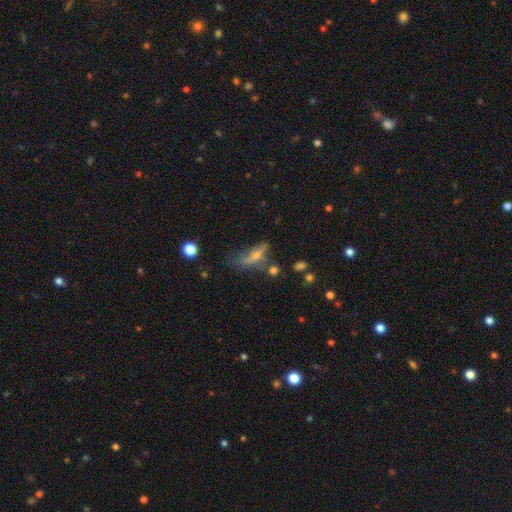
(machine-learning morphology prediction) Q: Smooth or featured?
A: featured or disk (43%); tied with: smooth (43%)
Q: Merging?
A: none (34%); runner-up: major disturbance (28%)